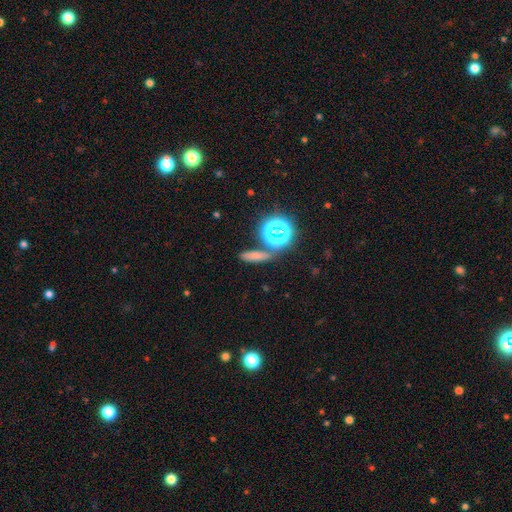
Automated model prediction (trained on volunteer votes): Smooth or featured: smooth — 63% (star or artifact — 27%)
How rounded: cigar-shaped — 55% (in between — 31%)
Merging: none — 75% (minor disturbance — 11%)